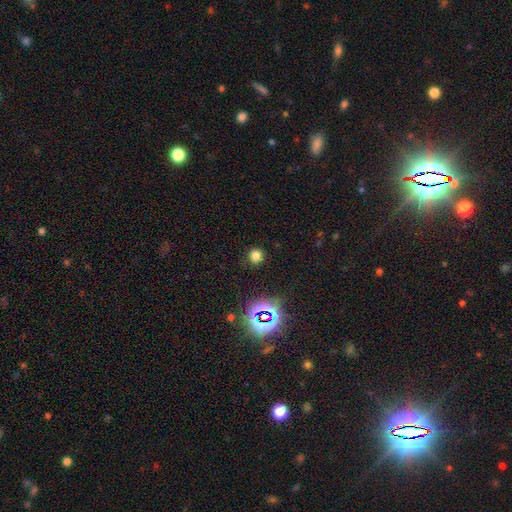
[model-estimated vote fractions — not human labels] Q: Smooth or featured?
A: smooth (74%); runner-up: star or artifact (21%)
Q: How rounded?
A: round (89%); runner-up: in between (10%)
Q: Merging?
A: none (89%); runner-up: minor disturbance (7%)